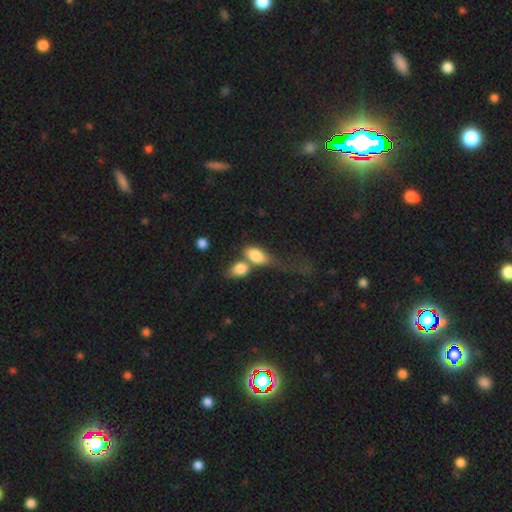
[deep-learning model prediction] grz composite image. It shows a smooth galaxy with no disk features (78%) that is in between round and cigar-shaped (85%). Merging: merger (60%).